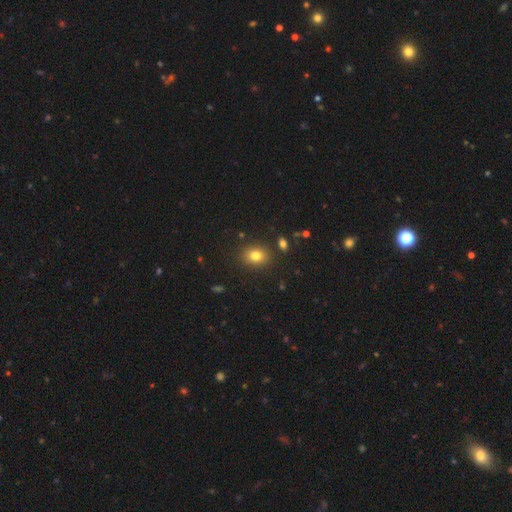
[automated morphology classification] smooth 80%, star or artifact 12%, featured or disk 8%. Down the decision tree: how rounded — round (50%); merging — none (86%).